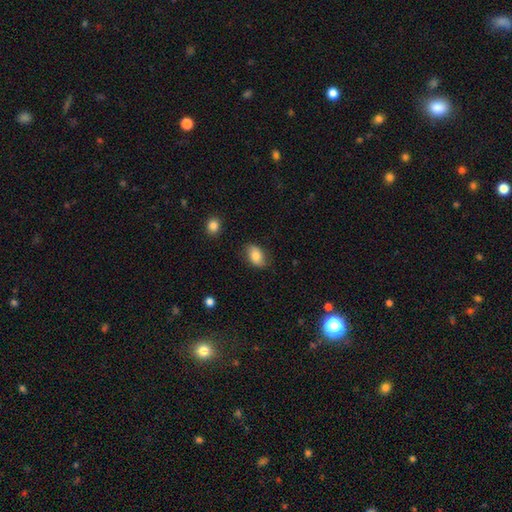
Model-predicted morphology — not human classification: Smooth or featured? smooth (81%)
How rounded? in between (88%)
Merging? none (79%)